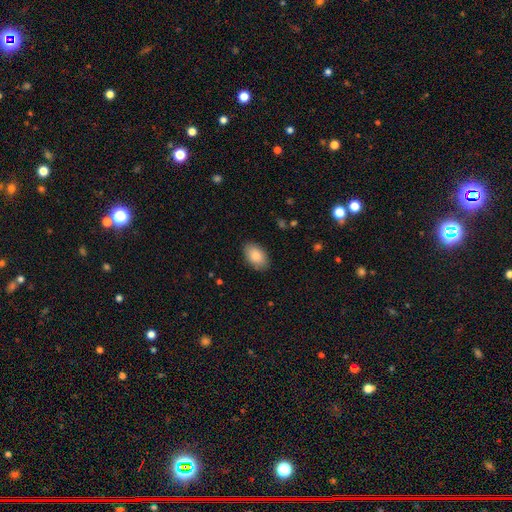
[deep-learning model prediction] Overall: smooth (87%). How rounded: in between (93%). Merging: none (88%).